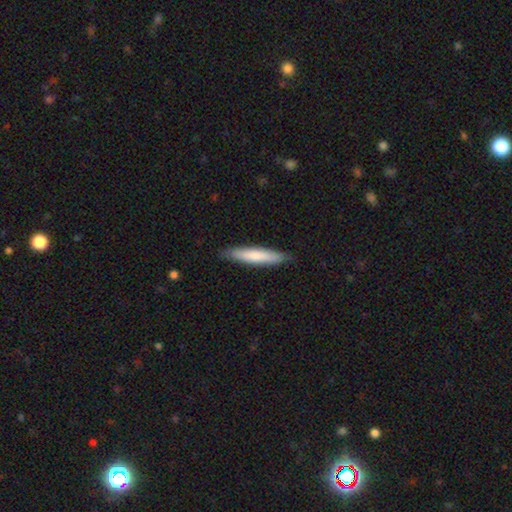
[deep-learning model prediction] Smooth or featured?
  - smooth: 76% *
  - featured or disk: 19%
  - star or artifact: 5%
How rounded?
  - cigar-shaped: 90% *
  - in between: 9%
  - round: 1%
Merging?
  - none: 88% *
  - minor disturbance: 9%
  - major disturbance: 2%
  - merger: 1%